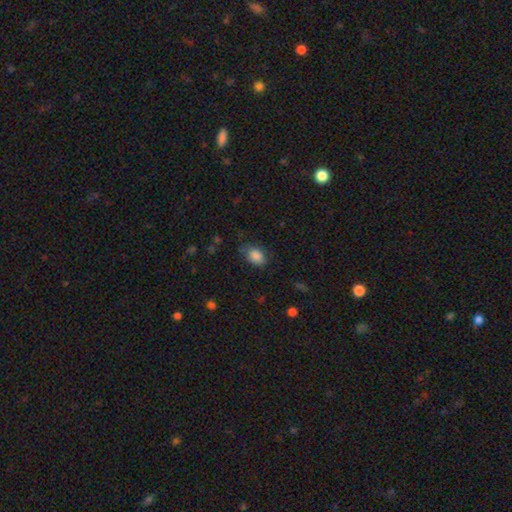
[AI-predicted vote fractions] smooth_or_featured: smooth (p=0.86) [alt: star or artifact p=0.09]
how_rounded: in between (p=0.77) [alt: round p=0.21]
merging: none (p=0.69) [alt: minor disturbance p=0.23]